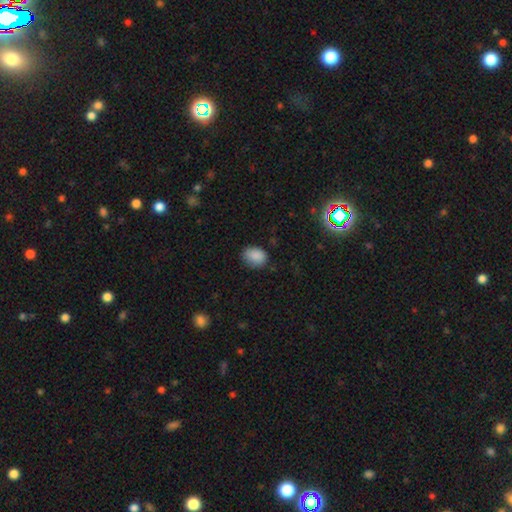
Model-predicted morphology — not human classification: A smooth galaxy with no disk features (87%) that is in between round and cigar-shaped (64%).

Vote fractions:
- Smooth or featured? smooth: 87% / star or artifact: 9% / featured or disk: 4%
- How rounded? in between: 64% / round: 35% / cigar-shaped: 1%
- Merging? none: 75% / minor disturbance: 20% / major disturbance: 4% / merger: 1%